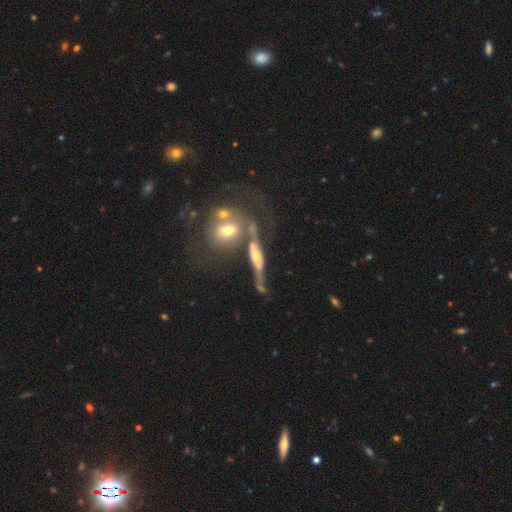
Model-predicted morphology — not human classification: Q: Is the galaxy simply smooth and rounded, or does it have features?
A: featured or disk — 67%.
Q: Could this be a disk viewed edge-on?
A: yes — 65%.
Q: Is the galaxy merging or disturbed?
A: none — 37%.